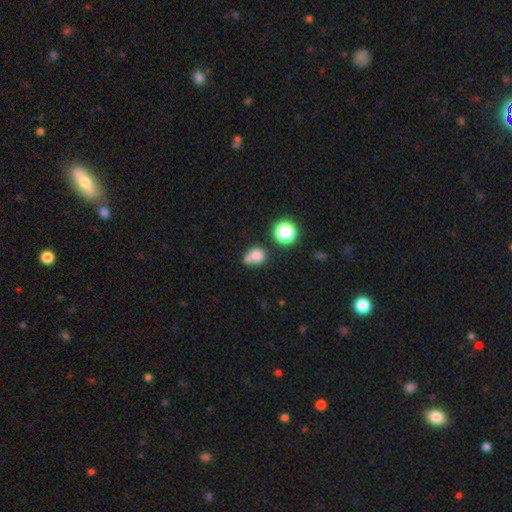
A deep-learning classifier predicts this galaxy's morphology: Smooth or featured? smooth (76%)
How rounded? round (68%)
Merging? none (43%)